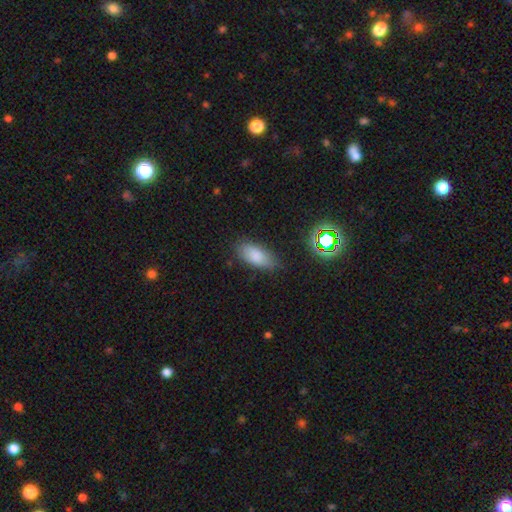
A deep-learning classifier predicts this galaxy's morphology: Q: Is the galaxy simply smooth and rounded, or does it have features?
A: smooth — 82%.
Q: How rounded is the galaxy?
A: in between — 86%.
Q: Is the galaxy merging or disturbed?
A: none — 78%.